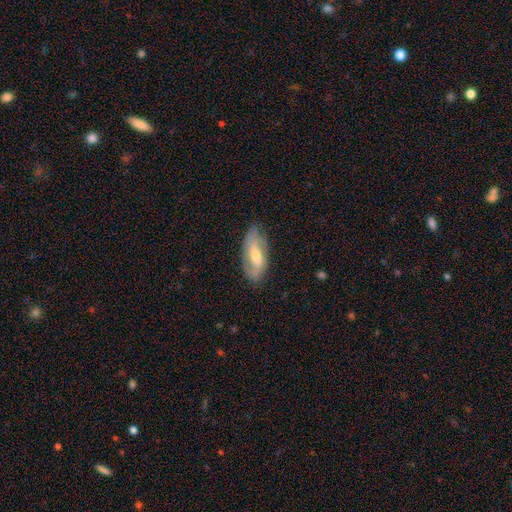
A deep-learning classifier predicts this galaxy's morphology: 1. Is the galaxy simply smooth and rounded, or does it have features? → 64% featured or disk, 30% smooth, 6% star or artifact.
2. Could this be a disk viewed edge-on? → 90% no, 10% yes.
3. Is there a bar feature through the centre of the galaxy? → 49% weak, 27% no, 24% strong.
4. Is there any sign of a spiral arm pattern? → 85% yes, 15% no.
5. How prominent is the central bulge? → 60% moderate, 30% small, 6% large, 3% none, 1% dominant.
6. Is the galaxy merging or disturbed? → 74% none, 20% minor disturbance, 5% major disturbance, 1% merger.